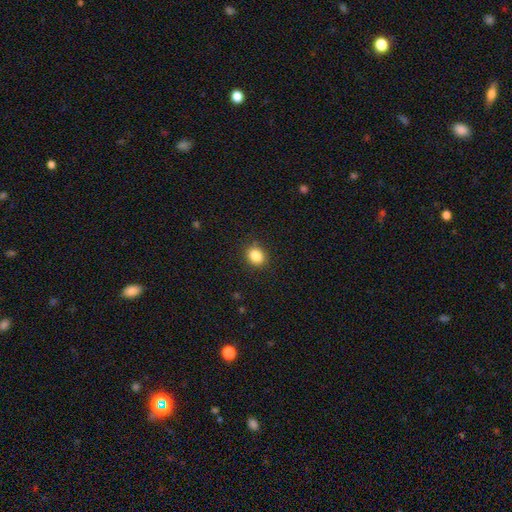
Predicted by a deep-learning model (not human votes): The model was most divided on "how rounded": round: 64%, in between: 35%, cigar-shaped: 1%. More confident: smooth or featured — smooth (85%); merging — none (85%).